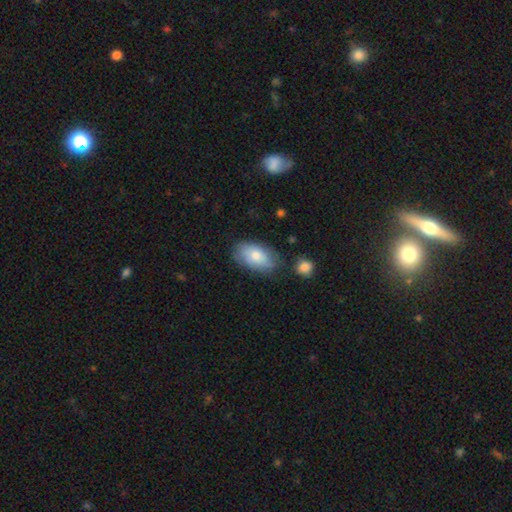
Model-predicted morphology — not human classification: Smooth or featured?
  - smooth: 76% *
  - featured or disk: 18%
  - star or artifact: 6%
How rounded?
  - in between: 93% *
  - round: 5%
  - cigar-shaped: 2%
Merging?
  - none: 75% *
  - minor disturbance: 17%
  - merger: 4%
  - major disturbance: 4%